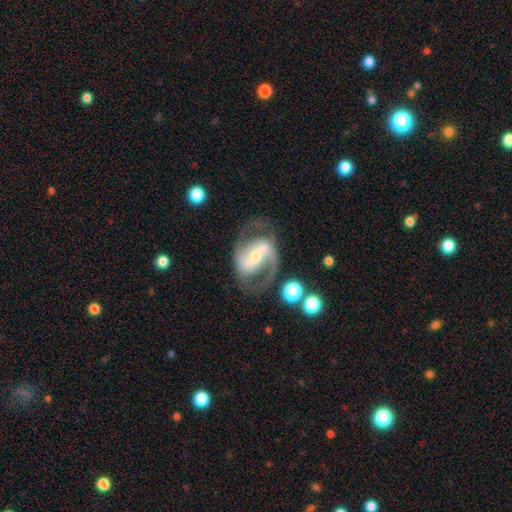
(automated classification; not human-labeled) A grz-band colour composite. It shows a featured or disk galaxy (88%) with a strong bar (55%), 2 (87%) medium (57%) spiral arms (95%) and a moderate central bulge (47%). Merging: none (66%).